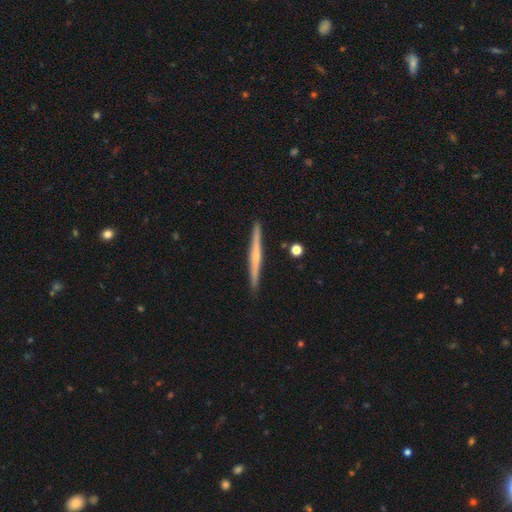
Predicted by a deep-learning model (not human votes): Smooth or featured? Predicted: featured or disk (p=0.65). Edge-on disk? Predicted: yes (p=0.98). Edge-on bulge? Predicted: rounded (p=0.52). Merging? Predicted: none (p=0.91).